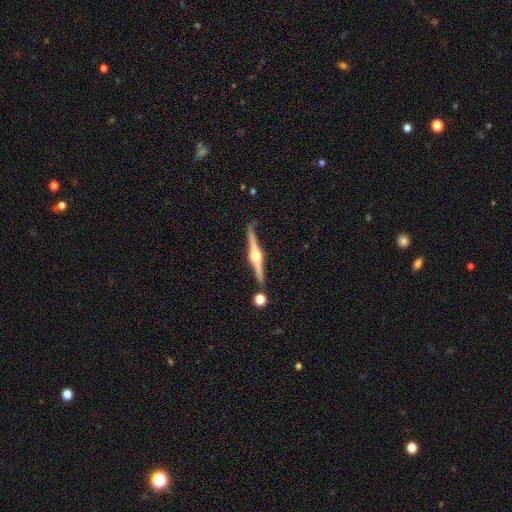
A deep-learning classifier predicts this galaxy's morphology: This is clearly a featured or disk galaxy (87%). It is clearly viewed edge-on (98%). Edge-on bulge: clearly rounded (93%). Merging: clearly none (84%).